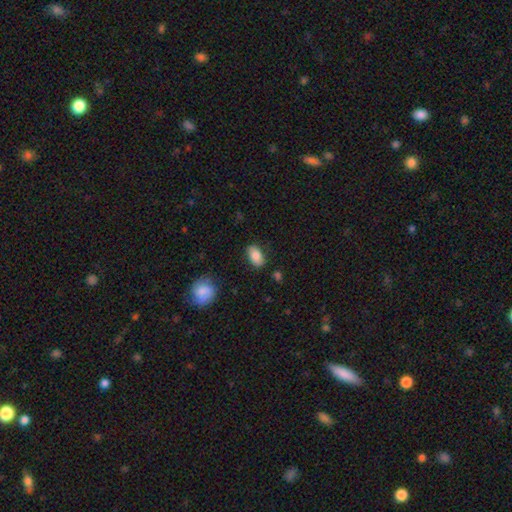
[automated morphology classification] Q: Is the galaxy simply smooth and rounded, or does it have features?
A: smooth — 83%.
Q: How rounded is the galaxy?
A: in between — 91%.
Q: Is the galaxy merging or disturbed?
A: none — 81%.